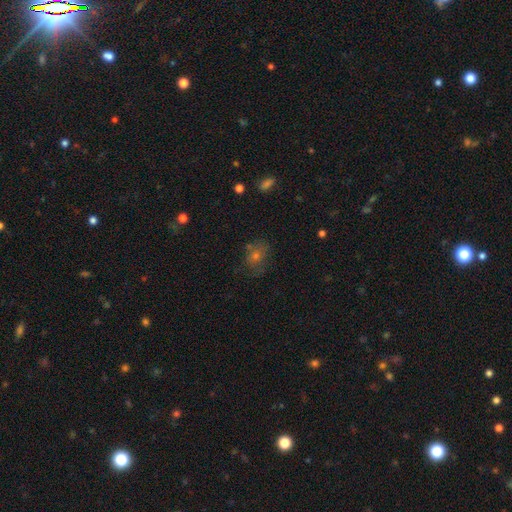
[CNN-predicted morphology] A smooth galaxy with no disk features (48%).

Vote fractions:
- Smooth or featured? smooth: 48% / star or artifact: 29% / featured or disk: 24%
- Merging? none: 70% / minor disturbance: 18% / major disturbance: 10% / merger: 3%